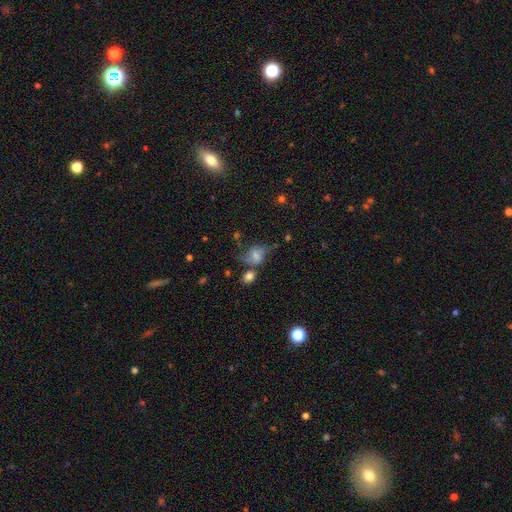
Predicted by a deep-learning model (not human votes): Smooth or featured? Predicted: featured or disk (p=0.45). Merging? Predicted: none (p=0.41).